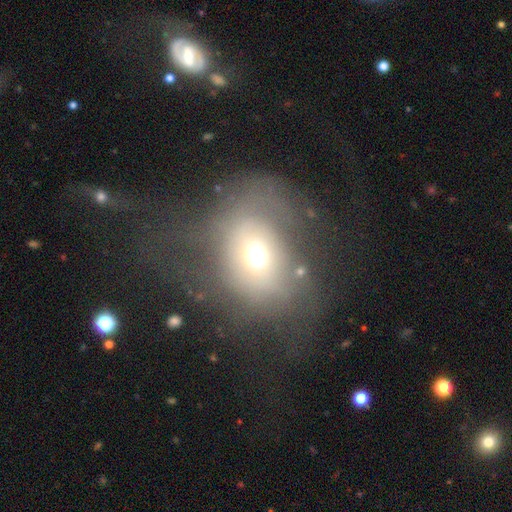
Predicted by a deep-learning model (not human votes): Smooth or featured: smooth — 53% (featured or disk — 33%)
How rounded: round — 56% (in between — 43%)
Merging: major disturbance — 39% (none — 36%)